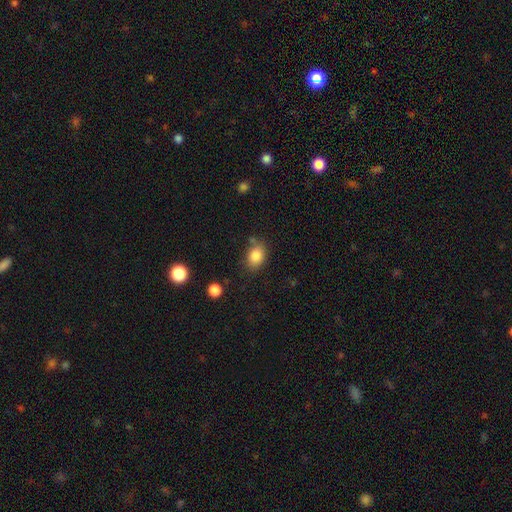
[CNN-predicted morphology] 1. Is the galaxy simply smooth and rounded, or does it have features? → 85% smooth, 9% star or artifact, 6% featured or disk.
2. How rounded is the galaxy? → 72% in between, 27% round, 1% cigar-shaped.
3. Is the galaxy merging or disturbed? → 71% none, 18% minor disturbance, 6% merger, 5% major disturbance.